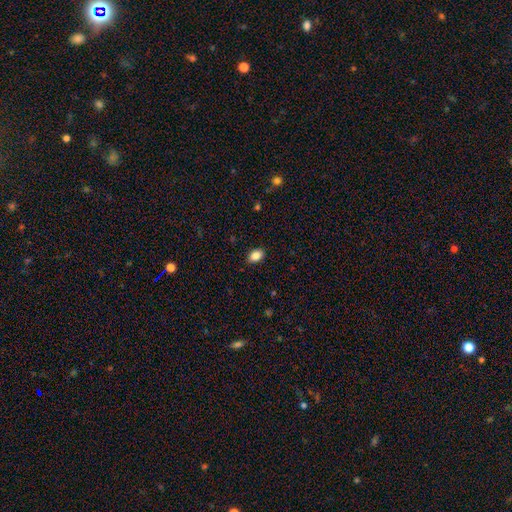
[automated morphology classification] smooth 87%, star or artifact 9%, featured or disk 4%. Down the decision tree: how rounded — in between (81%); merging — none (89%).